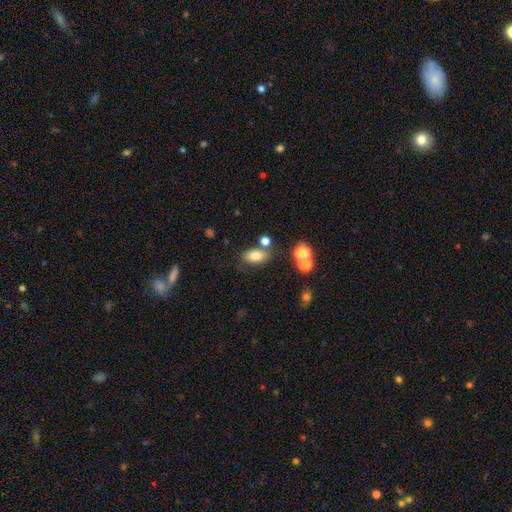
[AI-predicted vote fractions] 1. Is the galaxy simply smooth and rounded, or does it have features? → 78% smooth, 12% star or artifact, 10% featured or disk.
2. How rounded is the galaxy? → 86% in between, 11% round, 3% cigar-shaped.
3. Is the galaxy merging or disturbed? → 69% none, 14% minor disturbance, 12% merger, 5% major disturbance.